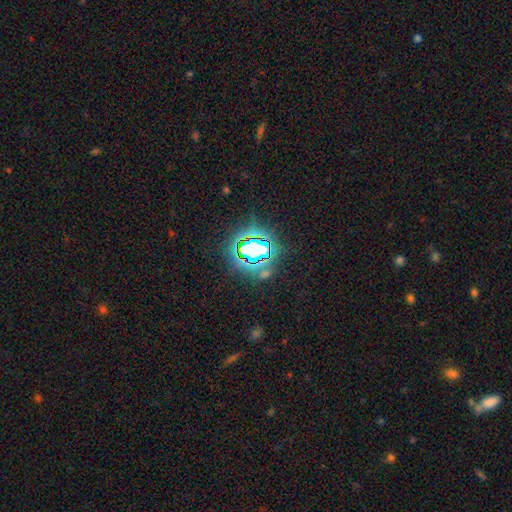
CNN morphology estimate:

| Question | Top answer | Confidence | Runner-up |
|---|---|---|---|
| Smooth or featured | star or artifact | 75% | smooth (16%) |